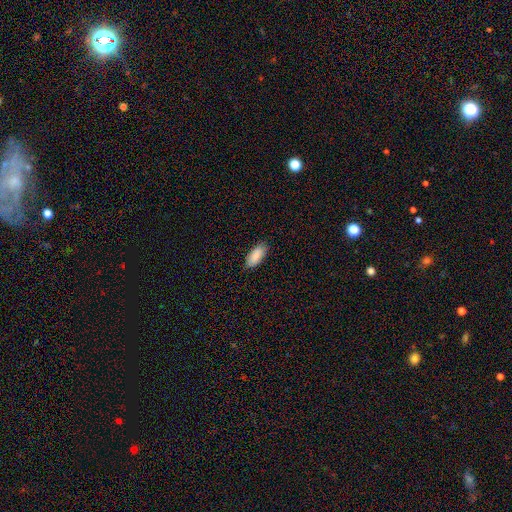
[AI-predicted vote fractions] The model was most divided on "merging": none: 85%, minor disturbance: 12%, major disturbance: 2%, merger: 1%. More confident: how rounded — in between (88%); smooth or featured — smooth (87%).